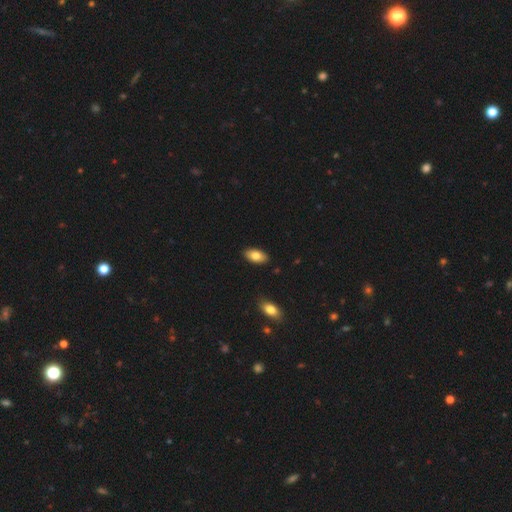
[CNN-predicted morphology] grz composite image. It shows a smooth galaxy with no disk features (81%) that is in between round and cigar-shaped (94%). Merging: none (89%).